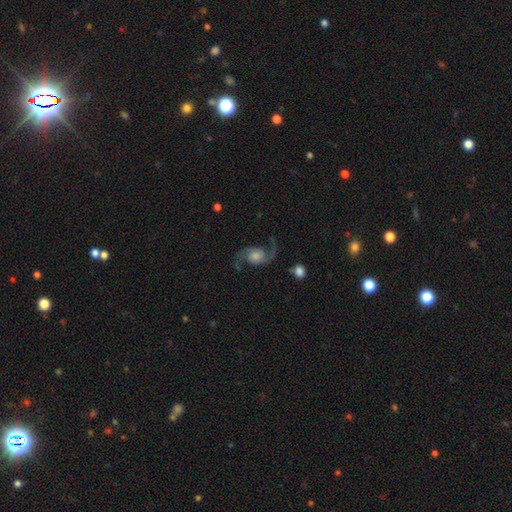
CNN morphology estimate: This is clearly a featured or disk galaxy (89%). It is clearly not viewed edge-on (98%). Bar: likely no (69%). Spiral arm pattern: clearly yes (98%). Spiral arm count: clearly 2 (94%). Spiral winding: likely loose (60%). Central bulge: marginally moderate (32%). Merging: likely none (75%).